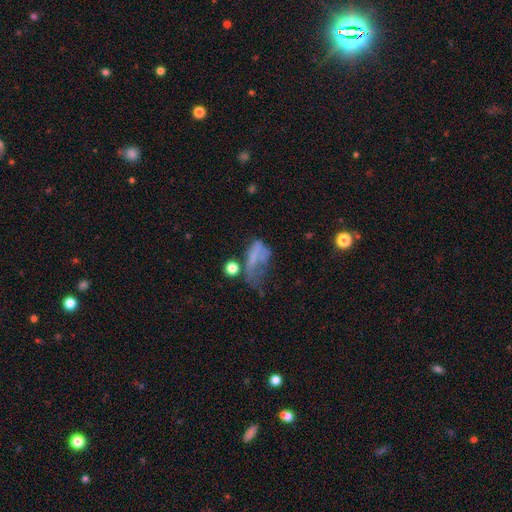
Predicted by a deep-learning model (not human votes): A smooth galaxy with no disk features (47%). Merging: major disturbance (50%).